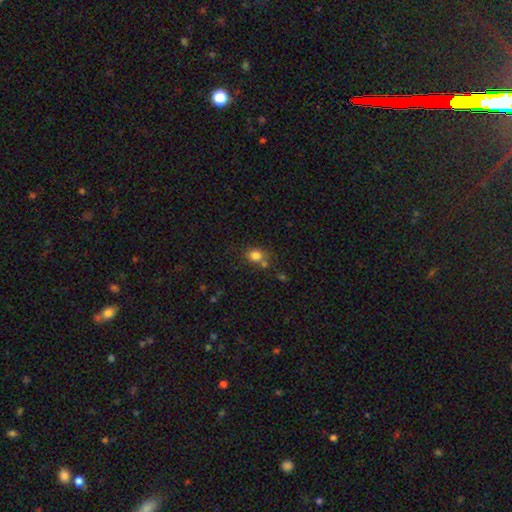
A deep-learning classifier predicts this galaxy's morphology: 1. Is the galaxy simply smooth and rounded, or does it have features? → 80% smooth, 12% star or artifact, 8% featured or disk.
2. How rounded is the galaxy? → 68% round, 31% in between, 1% cigar-shaped.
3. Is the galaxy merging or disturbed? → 57% none, 24% merger, 14% minor disturbance, 5% major disturbance.